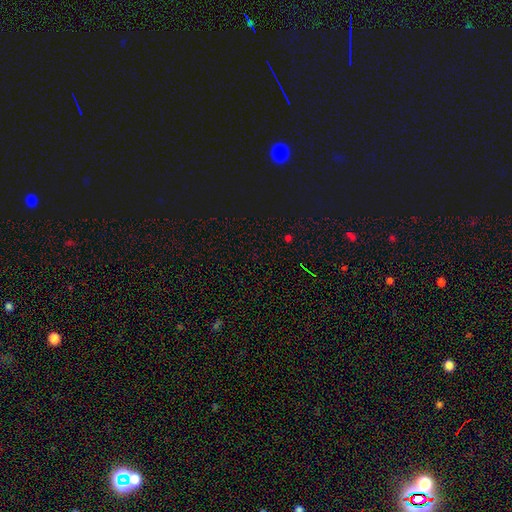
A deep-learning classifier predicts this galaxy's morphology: Smooth or featured?
  - star or artifact: 73% *
  - smooth: 21%
  - featured or disk: 7%